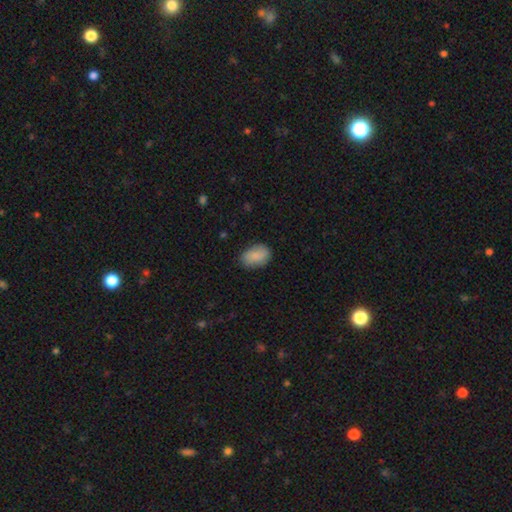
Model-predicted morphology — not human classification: This is clearly a smooth galaxy (87%). How rounded: clearly in between (87%). Merging: clearly none (80%).